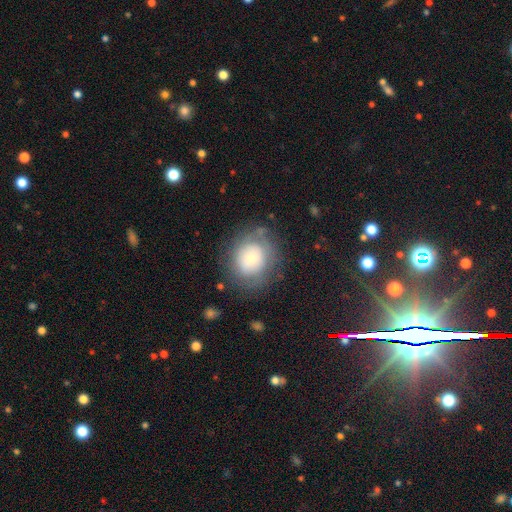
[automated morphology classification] Q: Smooth or featured?
A: smooth (66%); runner-up: featured or disk (25%)
Q: How rounded?
A: round (75%); runner-up: in between (24%)
Q: Merging?
A: none (66%); runner-up: minor disturbance (20%)